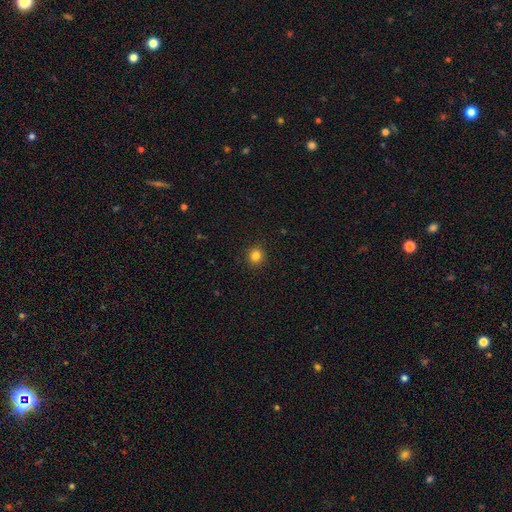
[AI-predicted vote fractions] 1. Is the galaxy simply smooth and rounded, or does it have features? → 83% smooth, 12% star or artifact, 5% featured or disk.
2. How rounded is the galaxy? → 90% round, 9% in between, 1% cigar-shaped.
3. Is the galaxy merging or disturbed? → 92% none, 6% minor disturbance, 2% major disturbance, 1% merger.